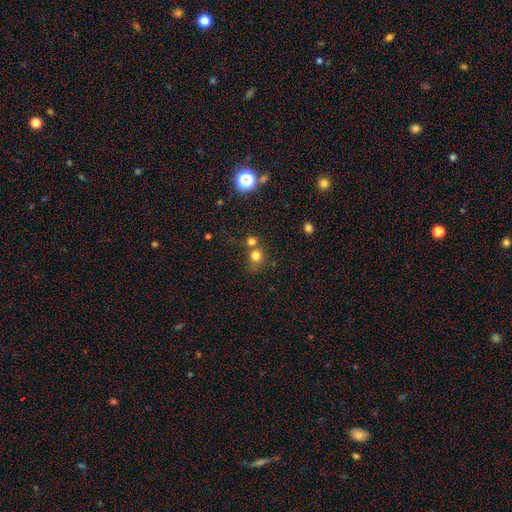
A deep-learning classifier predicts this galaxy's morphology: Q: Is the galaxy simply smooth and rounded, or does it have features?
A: smooth — 76%.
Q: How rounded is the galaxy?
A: round — 83%.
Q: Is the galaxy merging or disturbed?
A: none — 47%.